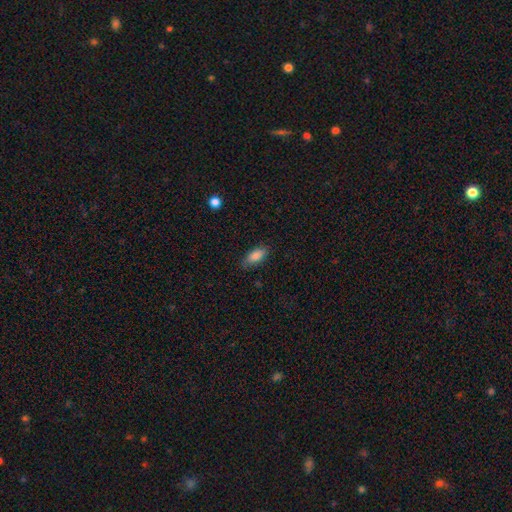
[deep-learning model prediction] smooth-or-featured: smooth: 85% | featured or disk: 7% | star or artifact: 7%
  how-rounded: in between: 84% | cigar-shaped: 14% | round: 2%
  merging: none: 82% | minor disturbance: 14% | major disturbance: 3% | merger: 1%